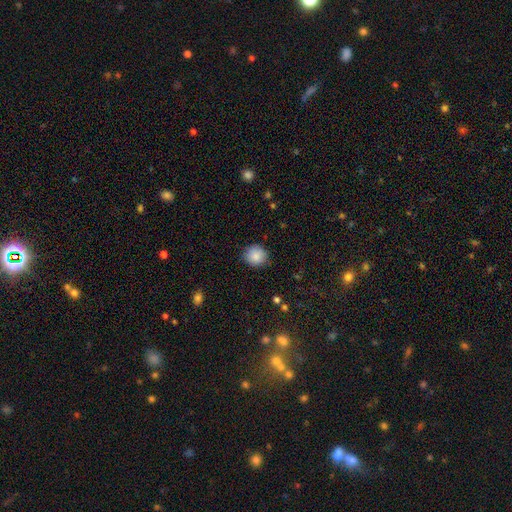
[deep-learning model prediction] Overall: smooth (86%). How rounded: round (88%). Merging: none (86%).